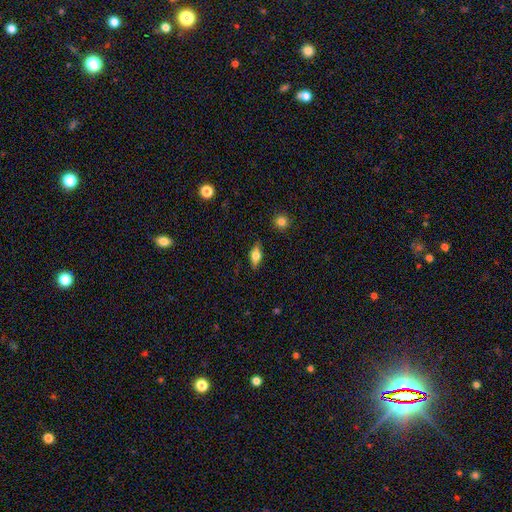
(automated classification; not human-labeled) Overall: smooth (65%; featured or disk 27%). How rounded: in between (80%). Merging: none (84%).